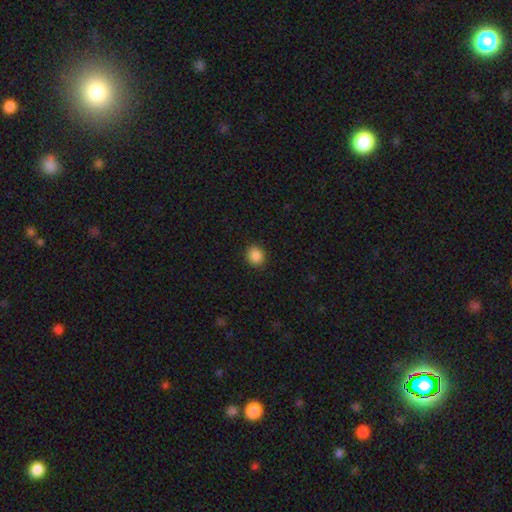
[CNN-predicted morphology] The model was most divided on "how rounded": round: 82%, in between: 17%, cigar-shaped: 1%. More confident: merging — none (91%); smooth or featured — smooth (87%).